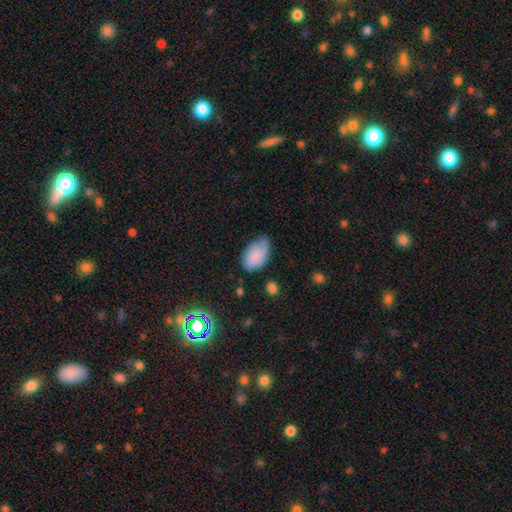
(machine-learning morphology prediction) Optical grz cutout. It shows a smooth galaxy with no disk features (74%) that is in between round and cigar-shaped (91%). Merging: none (48%).